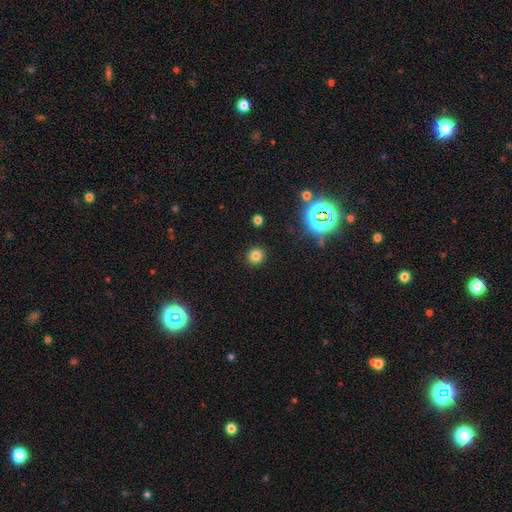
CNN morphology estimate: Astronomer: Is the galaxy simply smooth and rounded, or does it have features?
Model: smooth — 77%.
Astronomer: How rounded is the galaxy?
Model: round — 91%.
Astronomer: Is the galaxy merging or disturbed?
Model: none — 91%.